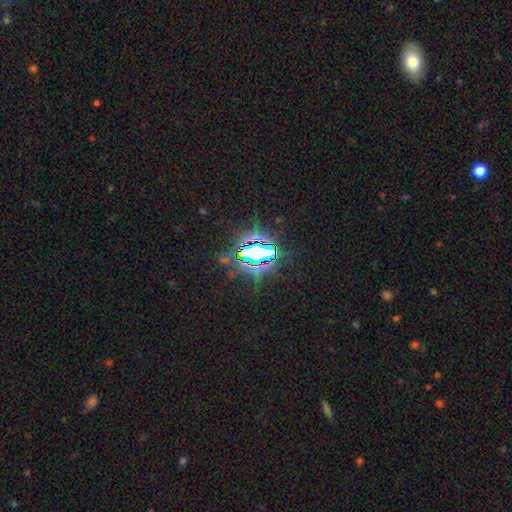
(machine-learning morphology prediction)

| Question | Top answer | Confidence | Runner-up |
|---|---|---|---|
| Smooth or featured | star or artifact | 78% | smooth (12%) |